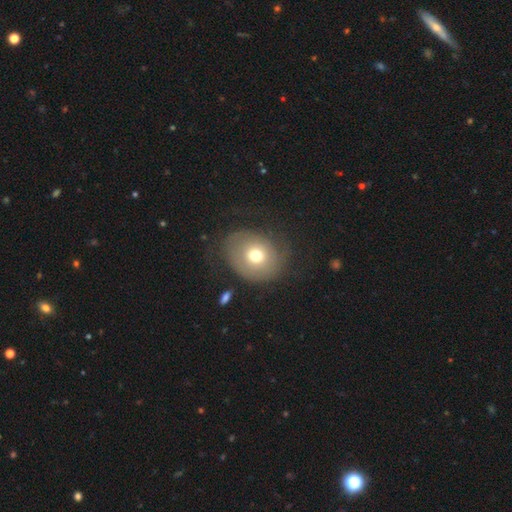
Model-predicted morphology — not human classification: Smooth or featured? smooth (61%)
How rounded? round (62%)
Merging? none (57%)